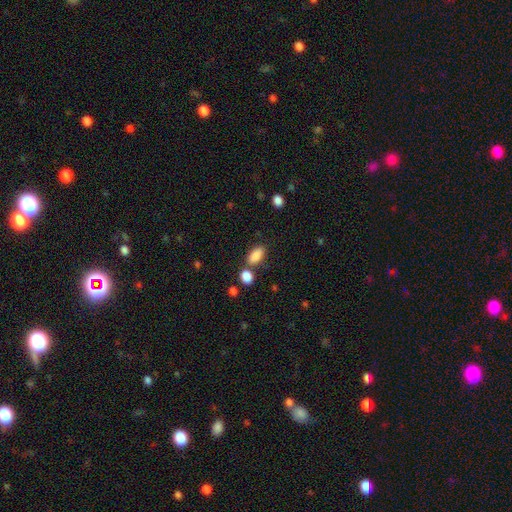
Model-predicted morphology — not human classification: smooth-or-featured: smooth: 87% | star or artifact: 8% | featured or disk: 5%
  how-rounded: in between: 89% | round: 6% | cigar-shaped: 6%
  merging: none: 68% | merger: 16% | minor disturbance: 12% | major disturbance: 4%